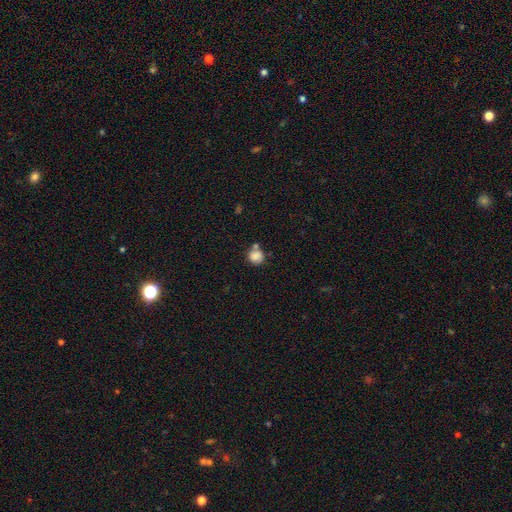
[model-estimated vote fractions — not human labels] This appears to be a smooth galaxy with no disk features (85%) that is round (87%). Merging: none (59%).